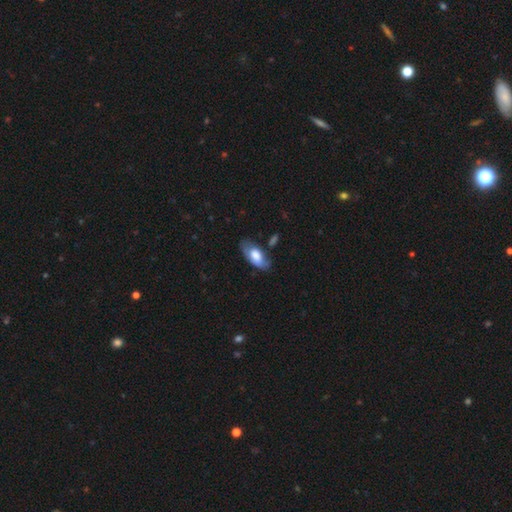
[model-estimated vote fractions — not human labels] Smooth or featured?
  - smooth: 60% *
  - featured or disk: 34%
  - star or artifact: 6%
How rounded?
  - in between: 90% *
  - cigar-shaped: 7%
  - round: 3%
Merging?
  - none: 60% *
  - minor disturbance: 28%
  - major disturbance: 9%
  - merger: 3%